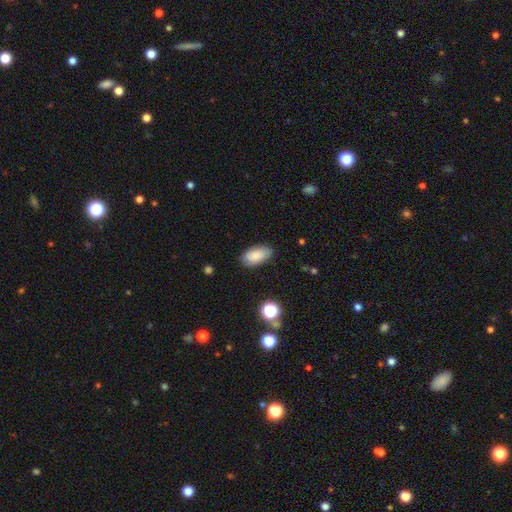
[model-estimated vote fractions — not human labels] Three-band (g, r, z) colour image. It shows a smooth galaxy with no disk features (83%) that is in between round and cigar-shaped (94%). Merging: none (83%).